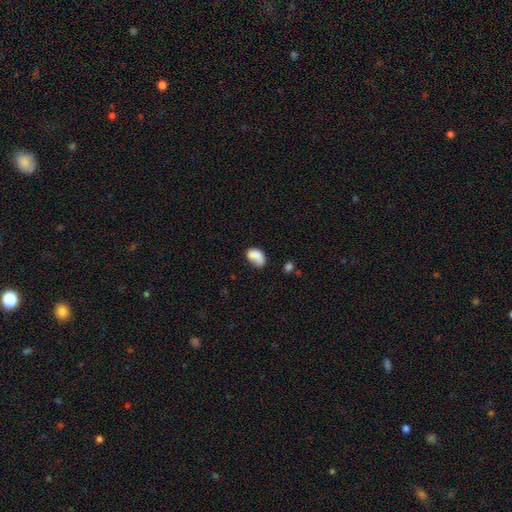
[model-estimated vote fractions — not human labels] Smooth or featured: smooth — 80% (featured or disk — 12%)
How rounded: in between — 87% (round — 11%)
Merging: none — 50% (minor disturbance — 29%)